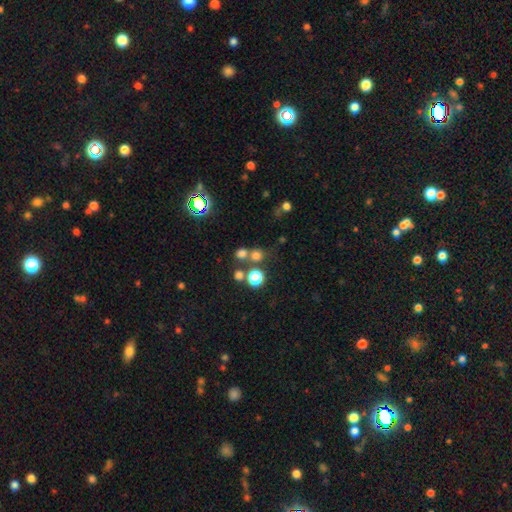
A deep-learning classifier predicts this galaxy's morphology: type=smooth (67%); roundness=round (87%); merging=none (63%).